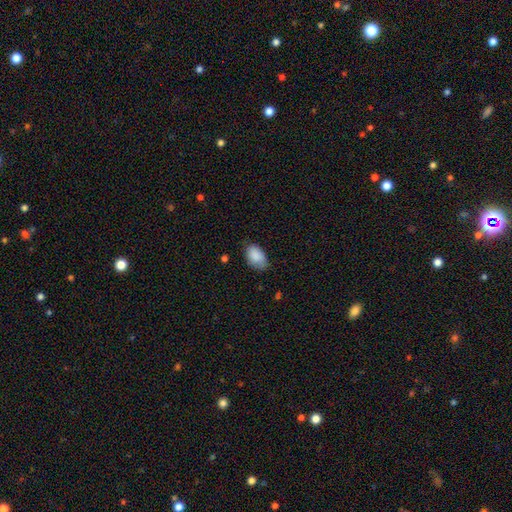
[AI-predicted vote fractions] Smooth or featured? smooth (87%)
How rounded? in between (92%)
Merging? none (66%)